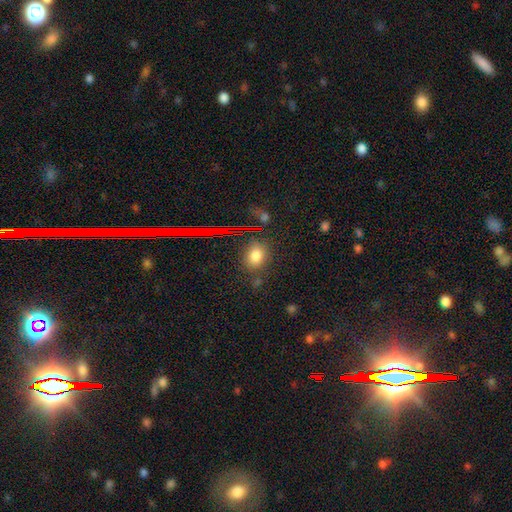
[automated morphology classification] smooth 74%, star or artifact 18%, featured or disk 8%. Down the decision tree: how rounded — in between (56%); merging — none (76%).